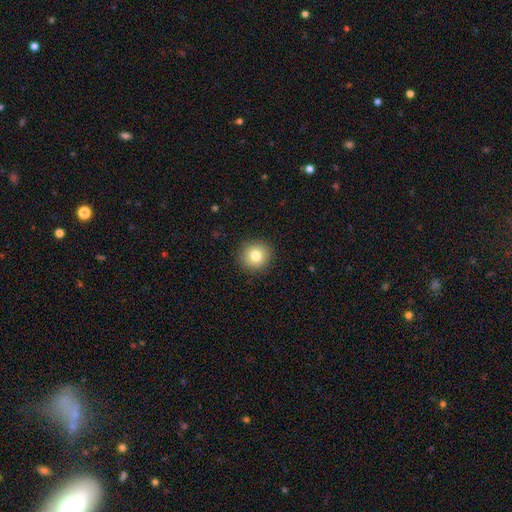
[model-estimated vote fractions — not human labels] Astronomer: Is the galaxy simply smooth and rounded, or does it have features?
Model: smooth — 81%.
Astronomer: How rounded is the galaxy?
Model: round — 92%.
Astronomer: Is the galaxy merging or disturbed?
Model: none — 91%.